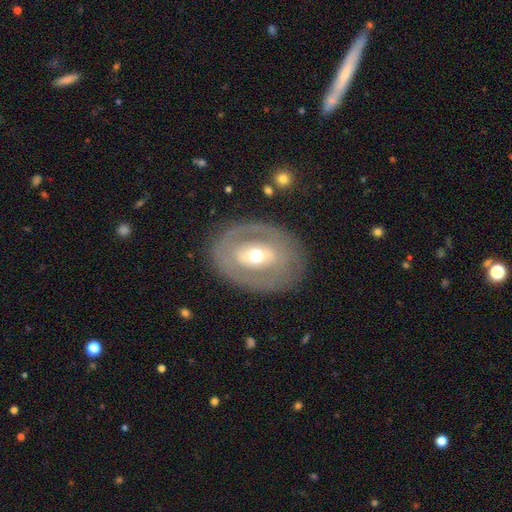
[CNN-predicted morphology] This appears to be a featured or disk galaxy (63%) with no bar (48%), no spiral arms (79%) and a moderate central bulge (68%). Merging: none (80%).